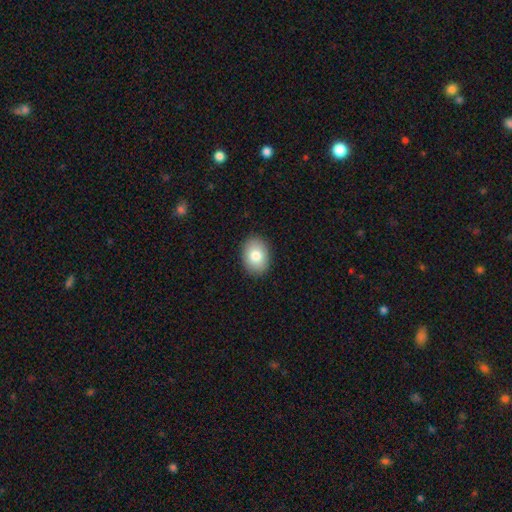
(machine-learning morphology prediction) This is clearly a smooth galaxy (82%). How rounded: likely in between (73%). Merging: clearly none (89%).